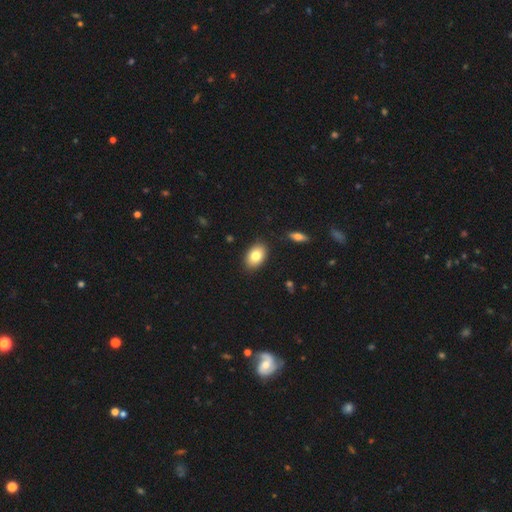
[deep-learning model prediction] Morphology: type=smooth (80%); roundness=in between (87%); merging=none (88%).